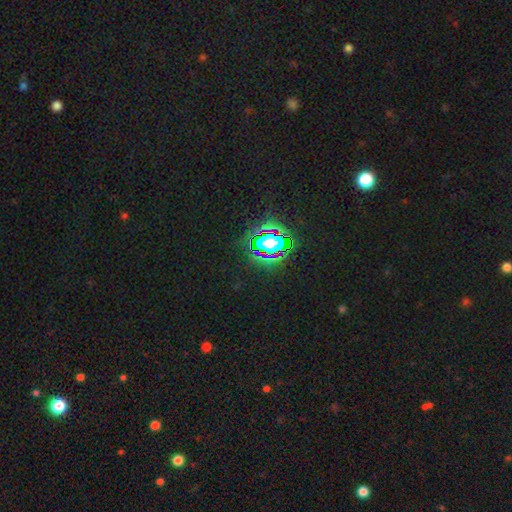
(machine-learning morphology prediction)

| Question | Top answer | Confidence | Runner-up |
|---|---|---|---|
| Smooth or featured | star or artifact | 81% | smooth (12%) |